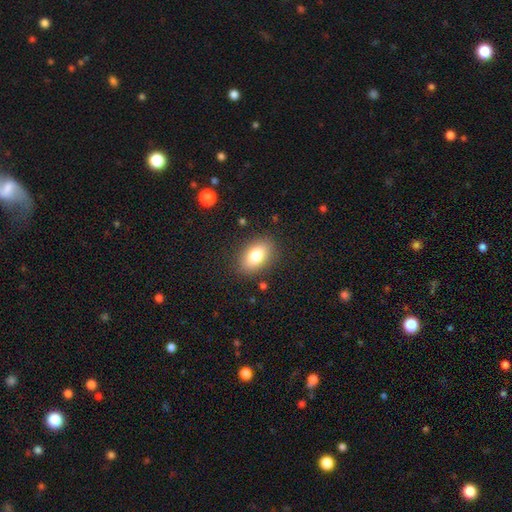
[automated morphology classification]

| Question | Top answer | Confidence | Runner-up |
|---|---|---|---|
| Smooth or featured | smooth | 80% | featured or disk (12%) |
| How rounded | in between | 88% | round (10%) |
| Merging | none | 85% | minor disturbance (11%) |